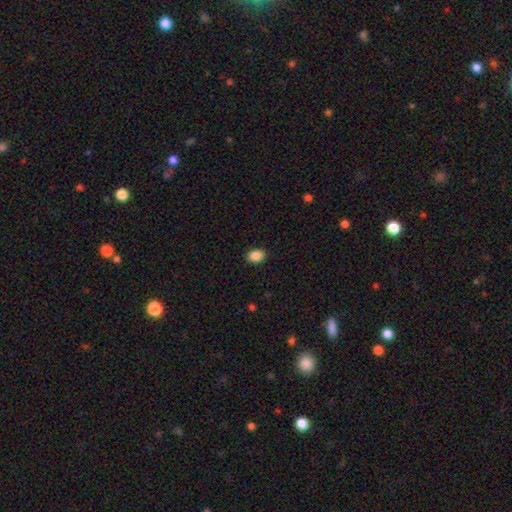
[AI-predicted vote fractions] The model was most divided on "how rounded": in between: 74%, round: 25%, cigar-shaped: 1%. More confident: merging — none (89%); smooth or featured — smooth (88%).